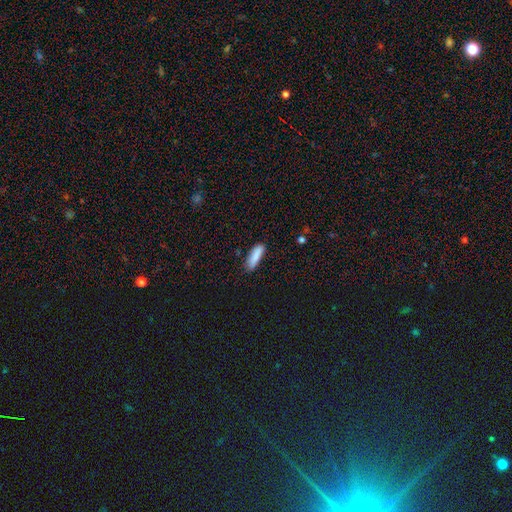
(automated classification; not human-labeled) Smooth or featured? Predicted: smooth (p=0.87). How rounded? Predicted: cigar-shaped (p=0.59). Merging? Predicted: none (p=0.80).